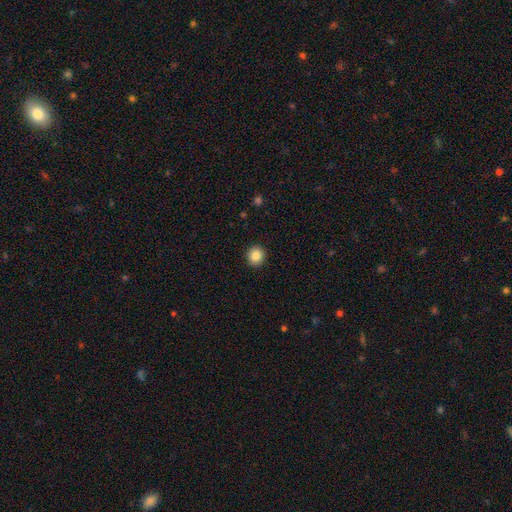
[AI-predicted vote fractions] The model was most divided on "smooth or featured": smooth: 85%, star or artifact: 9%, featured or disk: 5%. More confident: merging — none (93%); how rounded — round (89%).